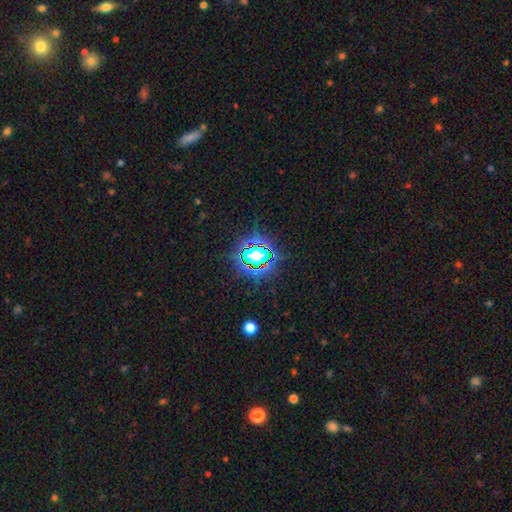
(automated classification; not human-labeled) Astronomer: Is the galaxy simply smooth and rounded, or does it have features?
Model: star or artifact — 80%.